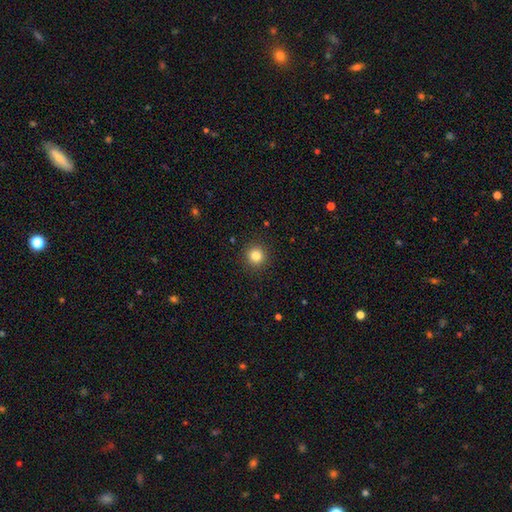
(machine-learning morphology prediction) The model was most divided on "smooth or featured": smooth: 83%, star or artifact: 12%, featured or disk: 5%. More confident: how rounded — round (94%); merging — none (92%).